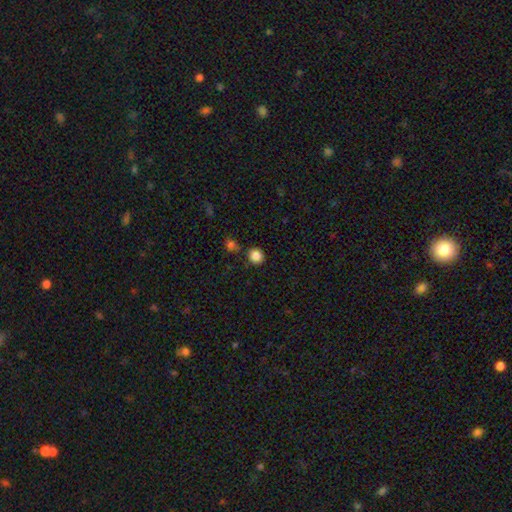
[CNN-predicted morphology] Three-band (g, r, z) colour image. It shows a smooth galaxy with no disk features (86%) that is round (89%). Merging: none (81%).